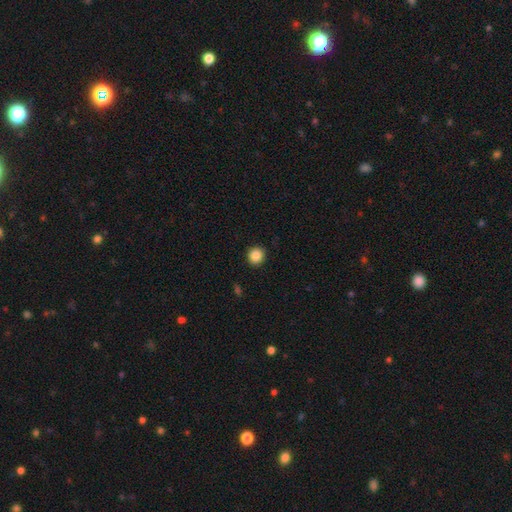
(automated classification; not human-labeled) This appears to be a smooth galaxy with no disk features (87%) that is round (92%). Merging: none (92%).